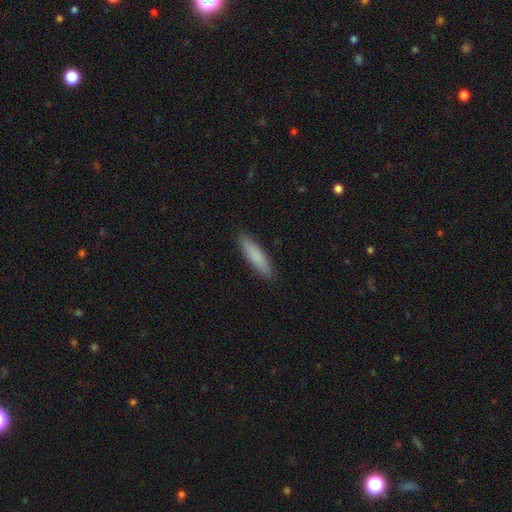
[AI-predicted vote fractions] Morphology: type=smooth (84%); roundness=cigar-shaped (78%); merging=none (89%).